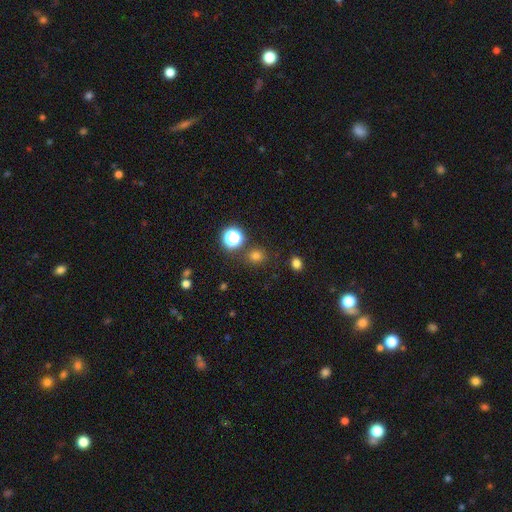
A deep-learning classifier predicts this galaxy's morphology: Smooth or featured?
  - smooth: 74% *
  - star or artifact: 21%
  - featured or disk: 6%
How rounded?
  - round: 81% *
  - in between: 18%
  - cigar-shaped: 1%
Merging?
  - none: 83% *
  - minor disturbance: 9%
  - merger: 5%
  - major disturbance: 3%